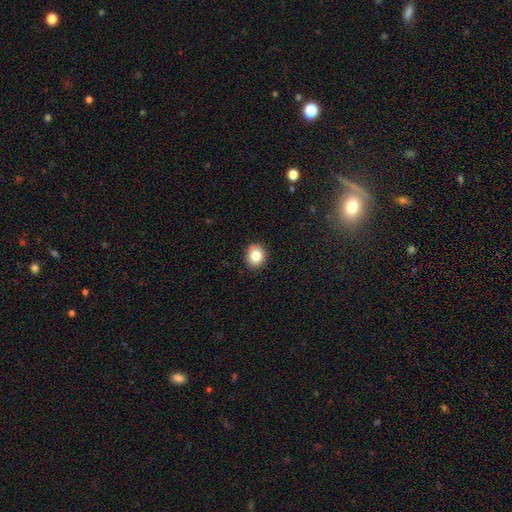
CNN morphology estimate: This appears to be a smooth galaxy with no disk features (84%) that is round (75%). Merging: none (90%).